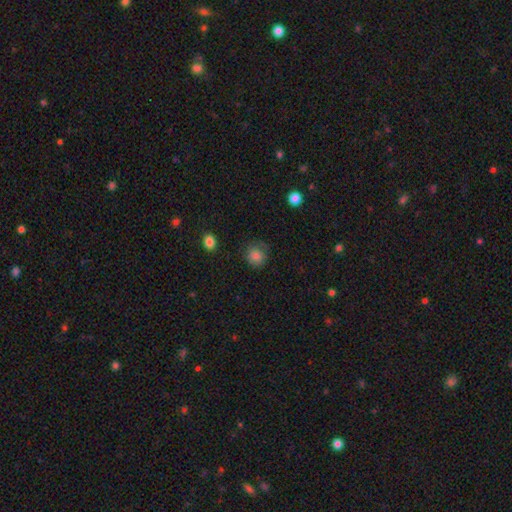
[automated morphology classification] Q: Smooth or featured?
A: smooth (82%); runner-up: star or artifact (10%)
Q: How rounded?
A: round (85%); runner-up: in between (14%)
Q: Merging?
A: none (70%); runner-up: minor disturbance (21%)